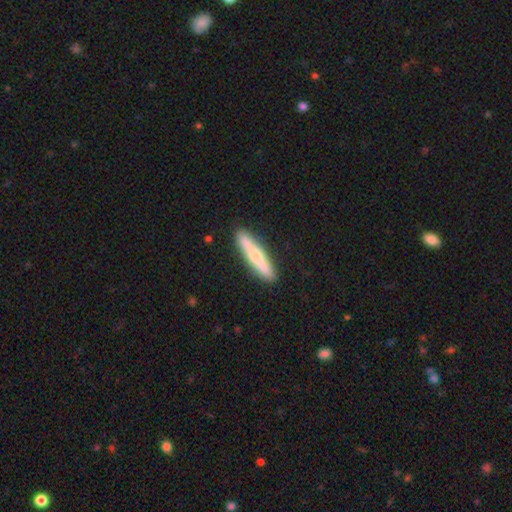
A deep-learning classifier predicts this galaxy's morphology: Q: Smooth or featured?
A: smooth (52%); runner-up: featured or disk (42%)
Q: How rounded?
A: cigar-shaped (91%); runner-up: in between (8%)
Q: Merging?
A: none (90%); runner-up: minor disturbance (7%)